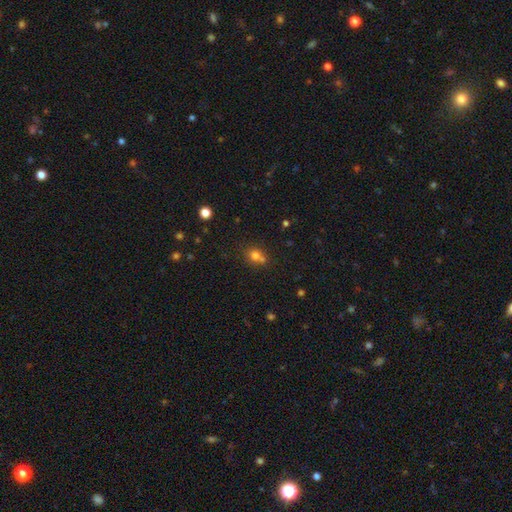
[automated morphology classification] Overall: smooth (73%). How rounded: round (76%). Merging: none (51%; merger 36%).